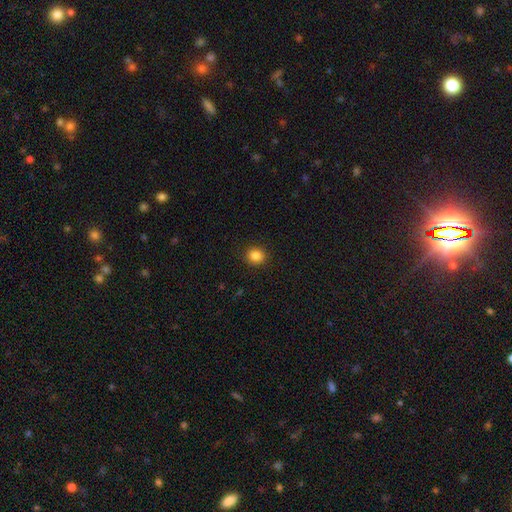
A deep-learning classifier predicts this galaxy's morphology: Q: Smooth or featured?
A: smooth (85%); runner-up: star or artifact (11%)
Q: How rounded?
A: round (84%); runner-up: in between (15%)
Q: Merging?
A: none (92%); runner-up: minor disturbance (6%)